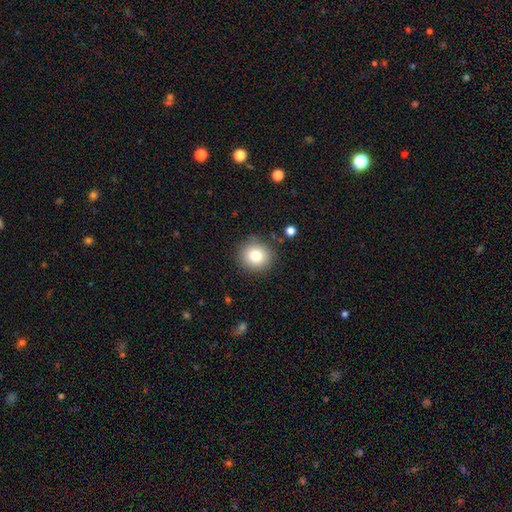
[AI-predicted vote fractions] smooth_or_featured: smooth (p=0.79) [alt: star or artifact p=0.11]
how_rounded: round (p=0.90) [alt: in between p=0.09]
merging: none (p=0.88) [alt: minor disturbance p=0.08]